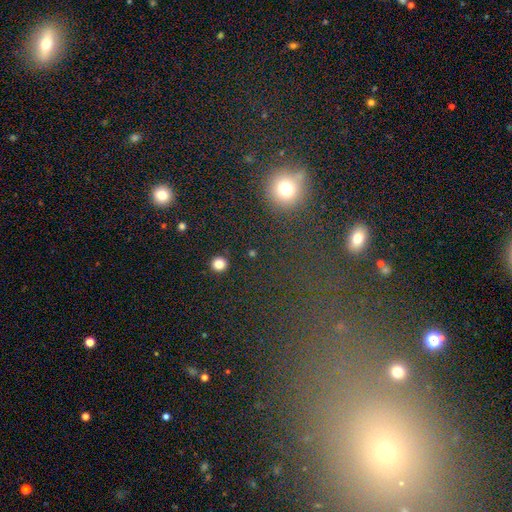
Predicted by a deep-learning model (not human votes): The model was most divided on "smooth or featured": smooth: 51%, star or artifact: 40%, featured or disk: 10%. More confident: merging — none (74%); how rounded — round (74%).